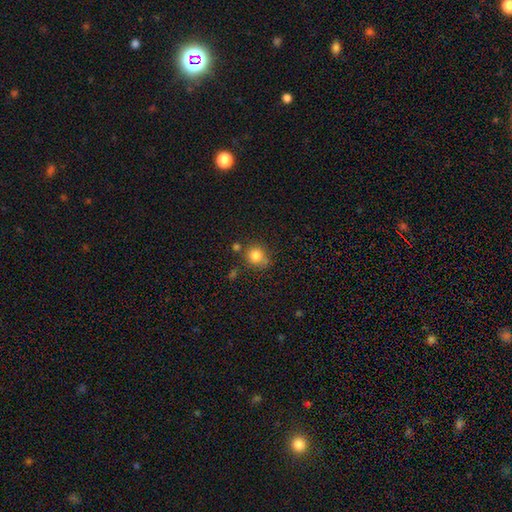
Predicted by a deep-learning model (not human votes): Morphology: type=smooth (83%); roundness=round (87%); merging=none (69%).